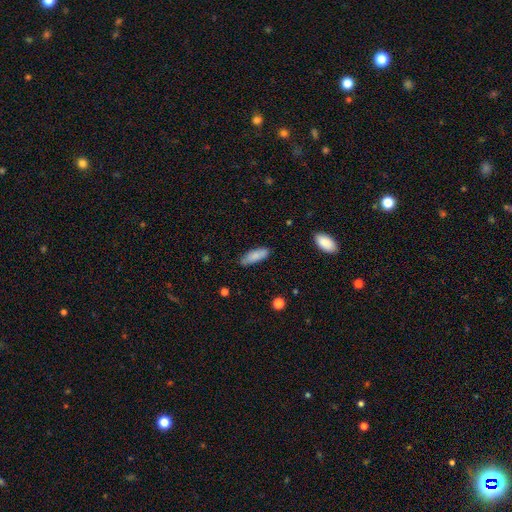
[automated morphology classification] Q: Smooth or featured?
A: smooth (85%); runner-up: featured or disk (9%)
Q: How rounded?
A: in between (61%); runner-up: cigar-shaped (37%)
Q: Merging?
A: none (83%); runner-up: minor disturbance (14%)